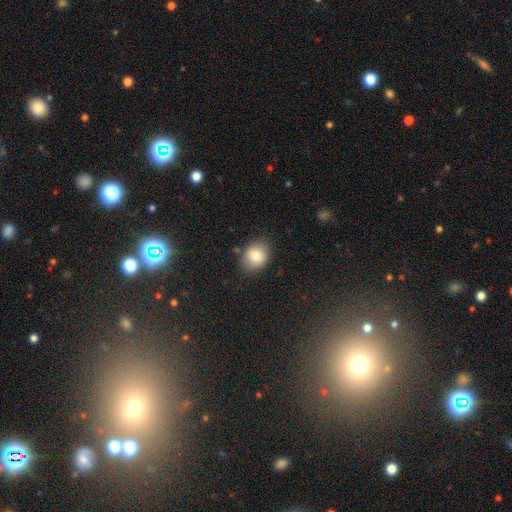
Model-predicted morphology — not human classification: A smooth galaxy with no disk features (84%) that is in between round and cigar-shaped (50%, tied with round). Merging: none (81%).